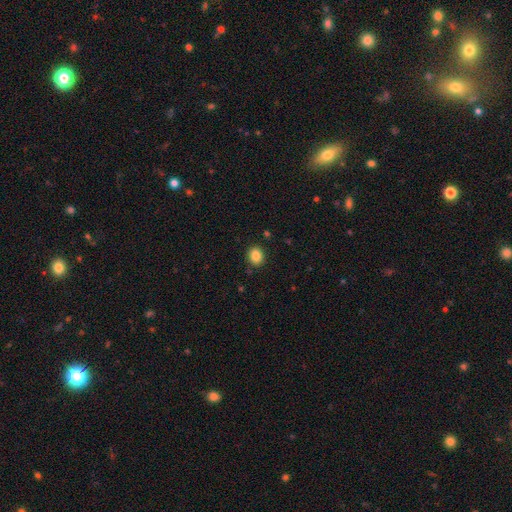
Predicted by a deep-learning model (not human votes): The model was most divided on "how rounded": round: 63%, in between: 37%, cigar-shaped: 1%. More confident: merging — none (89%); smooth or featured — smooth (85%).